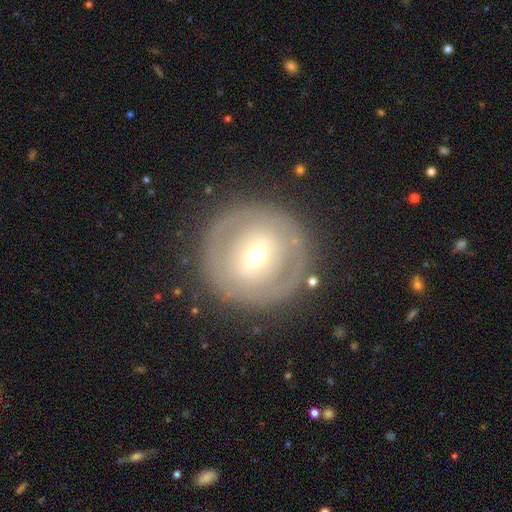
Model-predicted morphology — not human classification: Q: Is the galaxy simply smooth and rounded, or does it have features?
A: featured or disk — 54%.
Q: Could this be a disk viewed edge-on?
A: no — 95%.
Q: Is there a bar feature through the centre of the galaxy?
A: no — 49%.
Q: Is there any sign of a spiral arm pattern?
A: no — 78%.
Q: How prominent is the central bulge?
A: moderate — 48%.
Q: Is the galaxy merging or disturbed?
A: none — 83%.